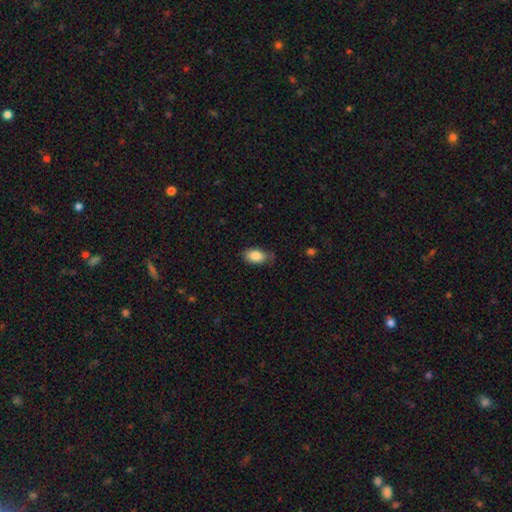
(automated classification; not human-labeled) This is clearly a smooth galaxy (84%). How rounded: clearly in between (89%). Merging: likely none (71%).